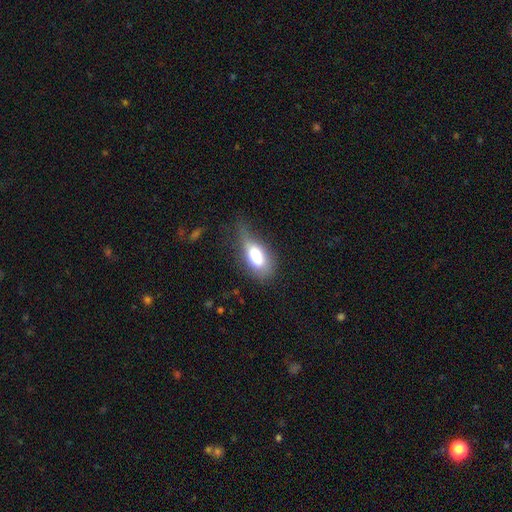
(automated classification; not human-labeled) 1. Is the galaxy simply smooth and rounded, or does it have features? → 70% smooth, 21% featured or disk, 9% star or artifact.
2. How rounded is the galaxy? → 86% in between, 8% cigar-shaped, 6% round.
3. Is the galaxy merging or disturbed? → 37% minor disturbance, 29% major disturbance, 29% none, 5% merger.